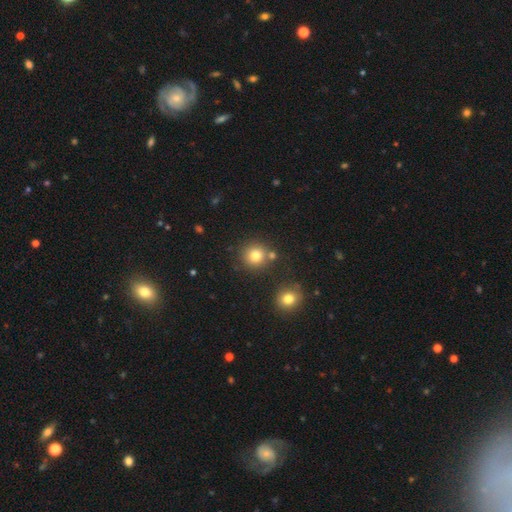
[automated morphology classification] This appears to be a smooth galaxy with no disk features (80%) that is round (92%). Merging: none (78%).